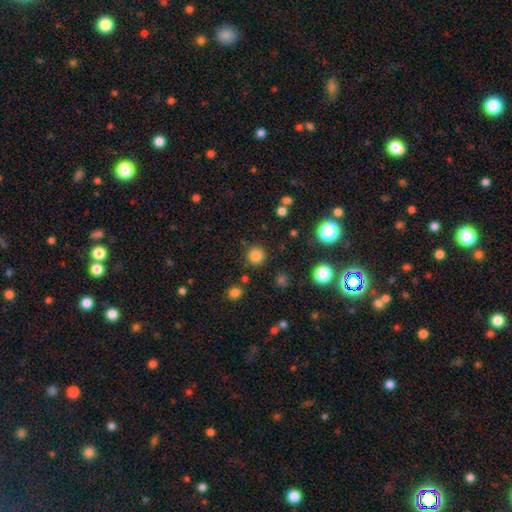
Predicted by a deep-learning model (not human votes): A smooth galaxy with no disk features (82%) that is round (94%). Merging: none (87%).